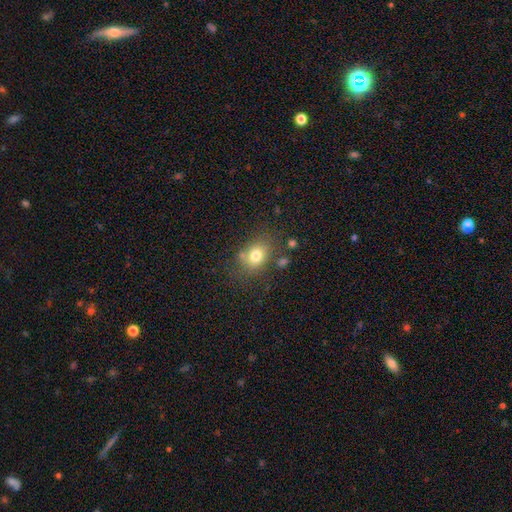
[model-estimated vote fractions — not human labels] This appears to be a smooth galaxy with no disk features (77%) that is in between round and cigar-shaped (57%). Merging: none (70%).